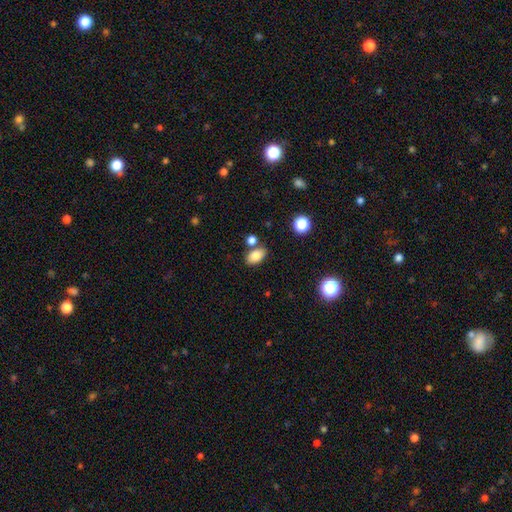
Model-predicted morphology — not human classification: smooth_or_featured: smooth (p=0.82) [alt: star or artifact p=0.10]
how_rounded: in between (p=0.88) [alt: round p=0.10]
merging: none (p=0.72) [alt: merger p=0.13]